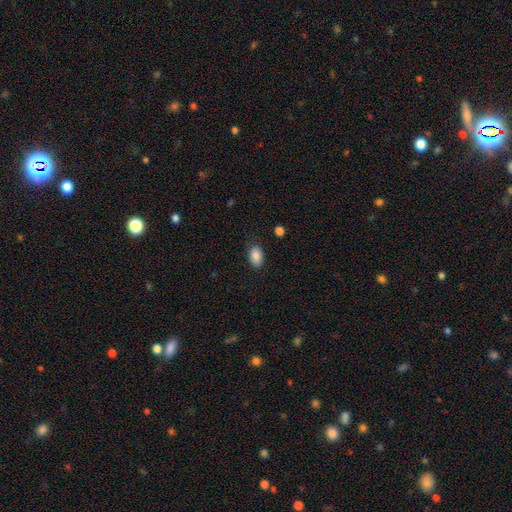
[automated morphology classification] smooth 87%, star or artifact 8%, featured or disk 5%. Down the decision tree: how rounded — in between (90%); merging — none (81%).